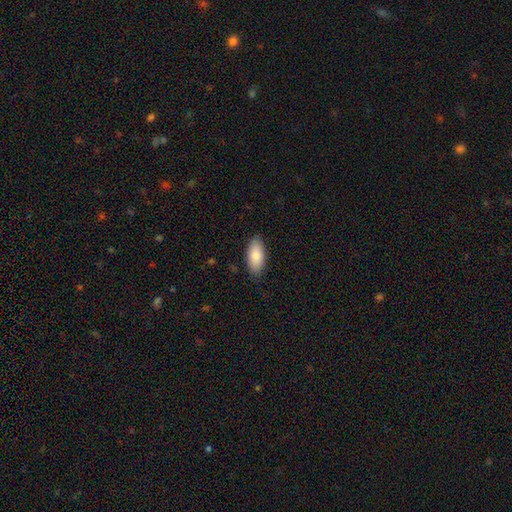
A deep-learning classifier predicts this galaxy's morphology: Q: Smooth or featured?
A: smooth (86%); runner-up: featured or disk (8%)
Q: How rounded?
A: in between (90%); runner-up: cigar-shaped (8%)
Q: Merging?
A: none (86%); runner-up: minor disturbance (11%)